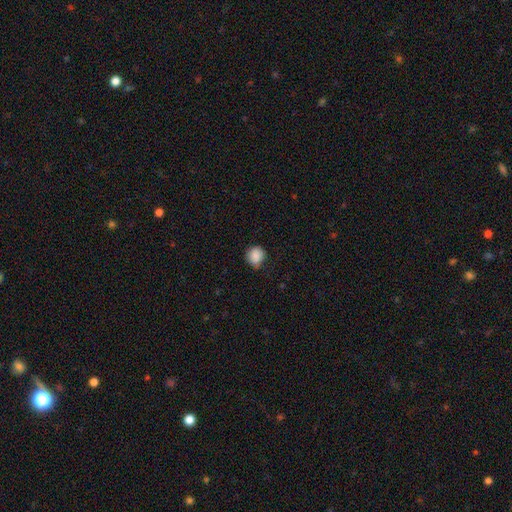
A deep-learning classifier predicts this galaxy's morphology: smooth 88%, star or artifact 9%, featured or disk 4%. Down the decision tree: how rounded — round (84%); merging — none (70%).